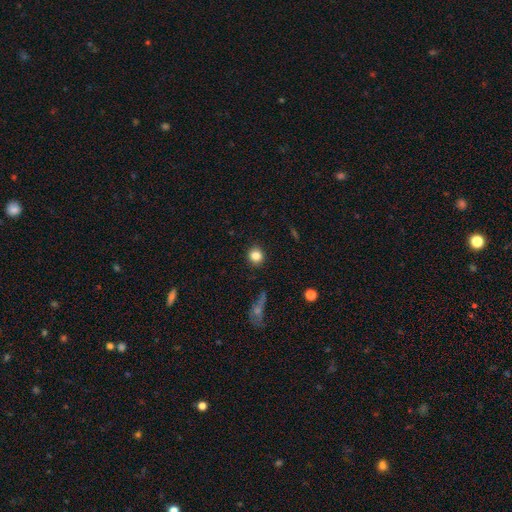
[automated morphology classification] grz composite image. It shows a smooth galaxy with no disk features (83%) that is round (86%). Merging: none (89%).